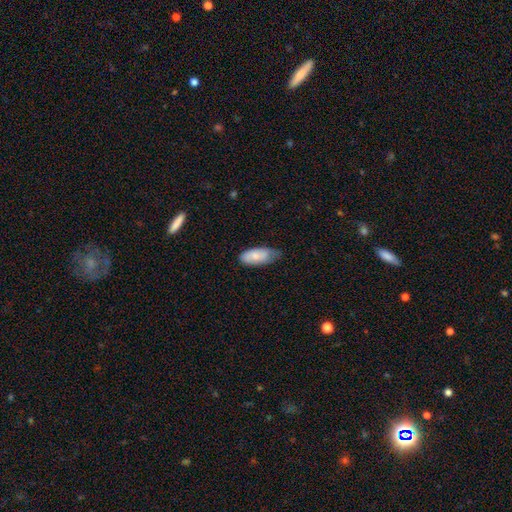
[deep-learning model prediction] Smooth or featured: smooth — 79% (featured or disk — 15%)
How rounded: in between — 87% (cigar-shaped — 11%)
Merging: none — 50% (minor disturbance — 40%)